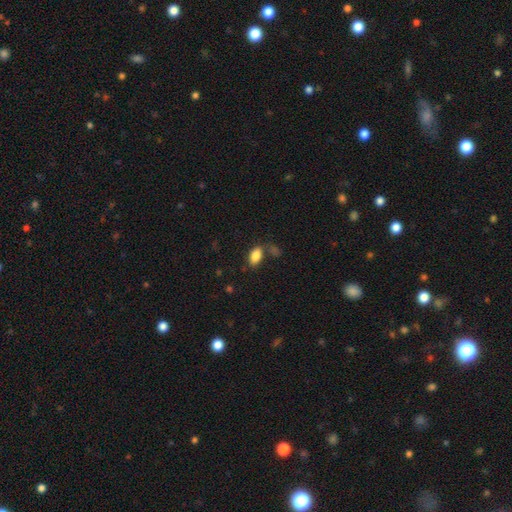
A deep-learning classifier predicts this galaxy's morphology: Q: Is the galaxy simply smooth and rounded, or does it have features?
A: smooth — 86%.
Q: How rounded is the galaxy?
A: in between — 92%.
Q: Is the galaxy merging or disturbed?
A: none — 69%.